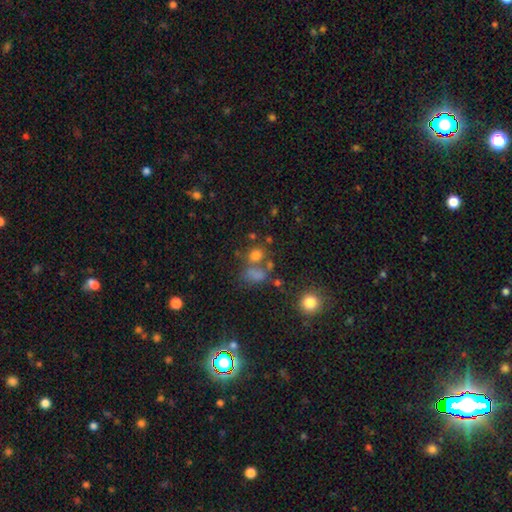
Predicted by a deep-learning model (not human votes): Overall: smooth (71%). How rounded: round (62%; in between 37%). Merging: none (52%; merger 28%).